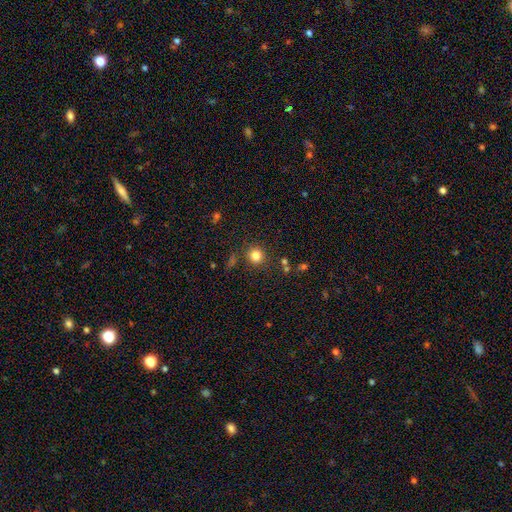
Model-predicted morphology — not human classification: type=smooth (81%); roundness=round (89%); merging=none (84%).